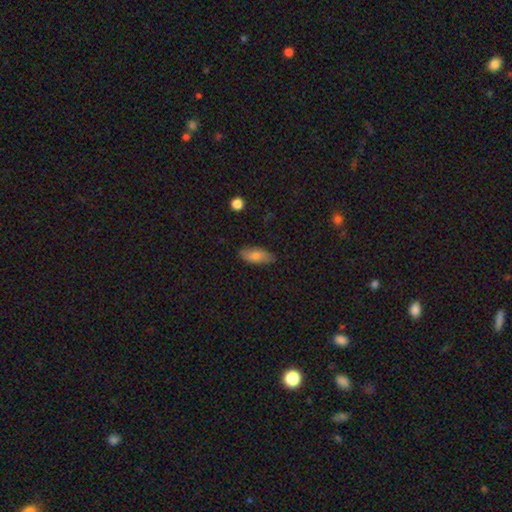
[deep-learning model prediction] Smooth or featured?
  - smooth: 77% *
  - featured or disk: 15%
  - star or artifact: 7%
How rounded?
  - in between: 84% *
  - cigar-shaped: 13%
  - round: 3%
Merging?
  - none: 84% *
  - minor disturbance: 13%
  - major disturbance: 2%
  - merger: 1%